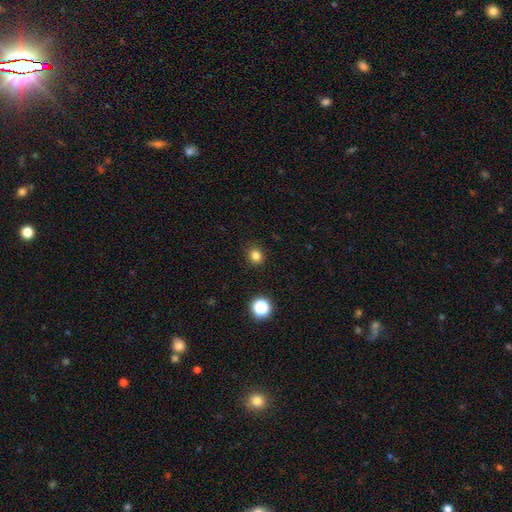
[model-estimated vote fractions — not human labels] A smooth galaxy with no disk features (81%) that is round (82%). Merging: none (90%).